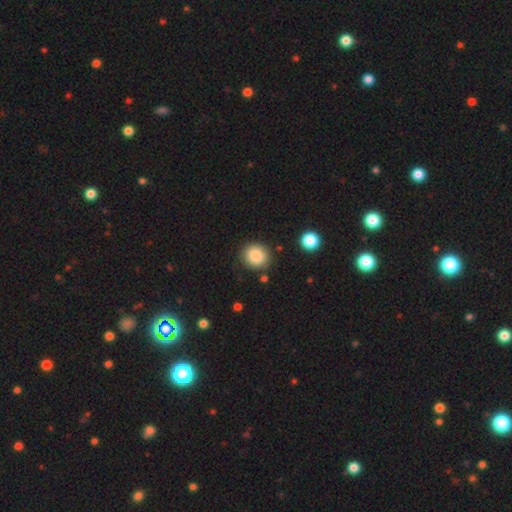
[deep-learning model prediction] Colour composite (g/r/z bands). It shows a smooth galaxy with no disk features (87%) that is round (82%). Merging: none (85%).